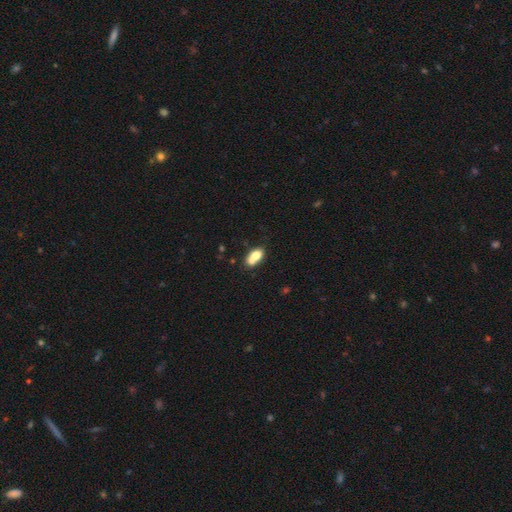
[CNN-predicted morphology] Smooth or featured? Predicted: smooth (p=0.73). How rounded? Predicted: in between (p=0.83). Merging? Predicted: merger (p=0.41).